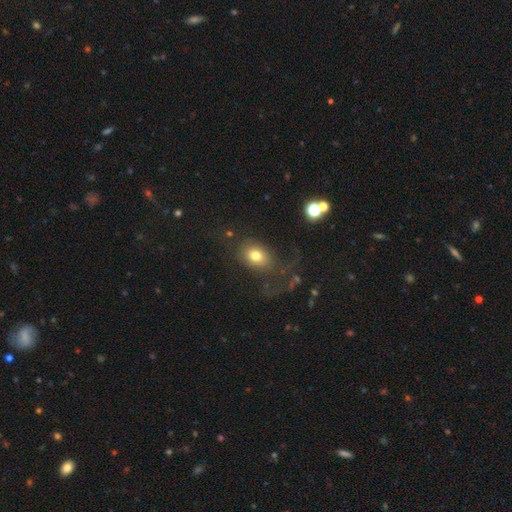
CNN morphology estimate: Smooth or featured? smooth (72%)
How rounded? in between (69%)
Merging? none (53%)